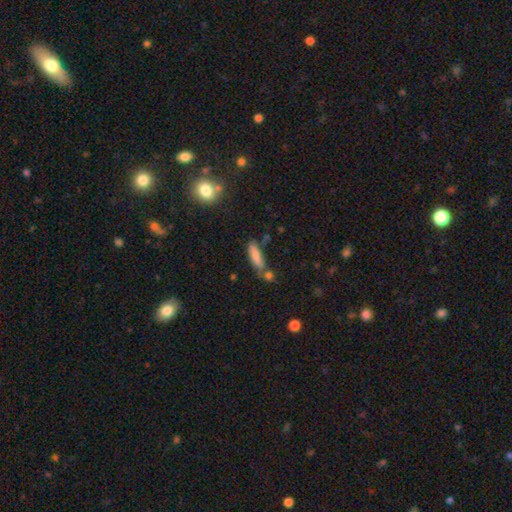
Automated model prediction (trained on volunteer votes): Smooth or featured? Predicted: smooth (p=0.79). How rounded? Predicted: cigar-shaped (p=0.58). Merging? Predicted: none (p=0.56).